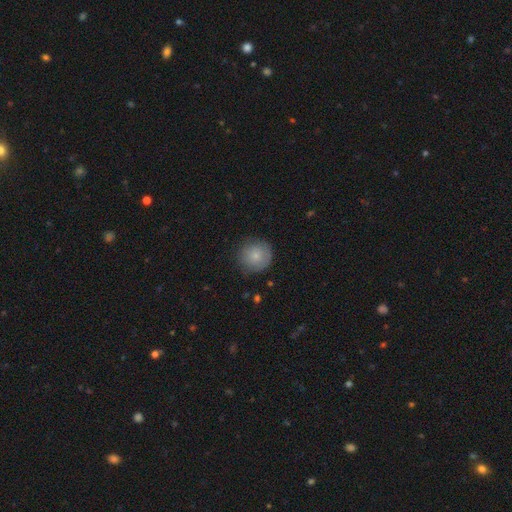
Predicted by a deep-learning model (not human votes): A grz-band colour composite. It shows a smooth galaxy with no disk features (78%) that is round (93%). Merging: none (78%).